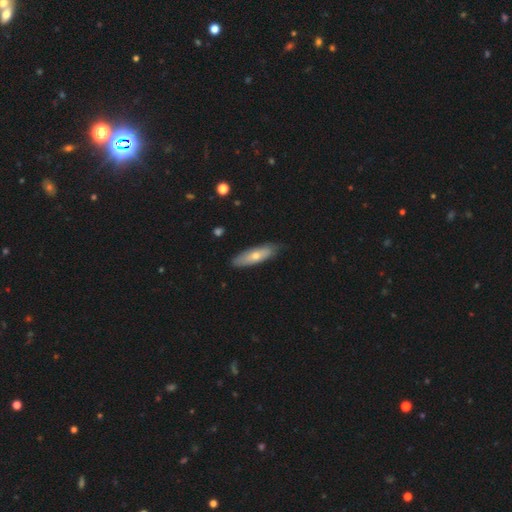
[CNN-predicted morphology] A smooth galaxy with no disk features (57%) that is cigar-shaped (57%).

Vote fractions:
- Smooth or featured? smooth: 57% / featured or disk: 37% / star or artifact: 6%
- How rounded? cigar-shaped: 57% / in between: 41% / round: 2%
- Merging? none: 86% / minor disturbance: 11% / major disturbance: 2% / merger: 1%